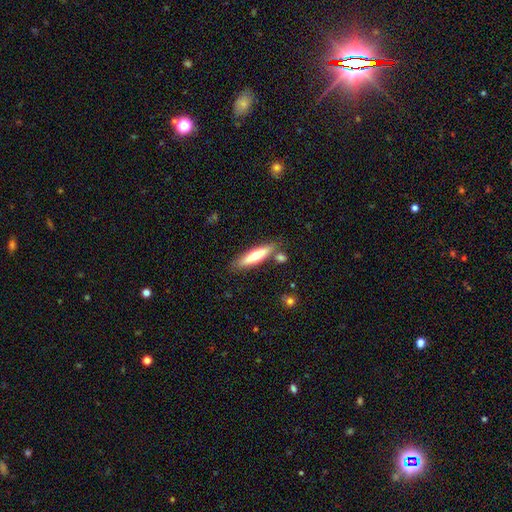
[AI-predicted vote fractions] The model was most divided on "smooth or featured": smooth: 60%, featured or disk: 34%, star or artifact: 6%. More confident: how rounded — cigar-shaped (81%); merging — none (78%).